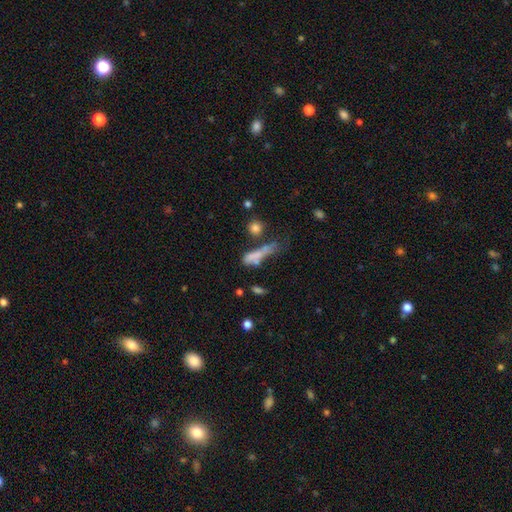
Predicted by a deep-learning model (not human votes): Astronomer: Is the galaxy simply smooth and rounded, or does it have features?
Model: smooth — 64%.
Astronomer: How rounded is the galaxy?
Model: cigar-shaped — 62%.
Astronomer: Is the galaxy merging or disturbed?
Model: none — 31% (runner-up: major disturbance, 25%).